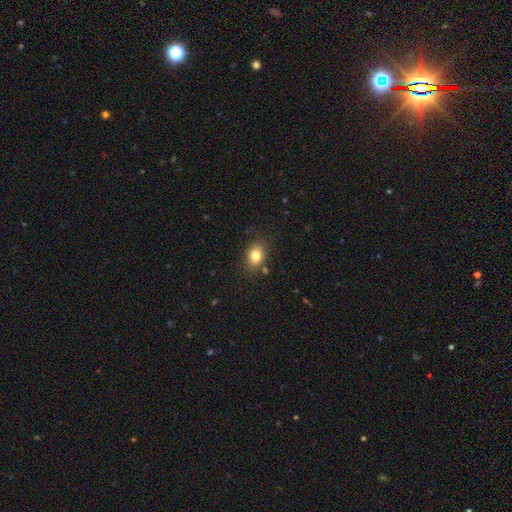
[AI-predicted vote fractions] smooth_or_featured: smooth (p=0.80) [alt: star or artifact p=0.10]
how_rounded: in between (p=0.66) [alt: round p=0.32]
merging: none (p=0.80) [alt: minor disturbance p=0.14]